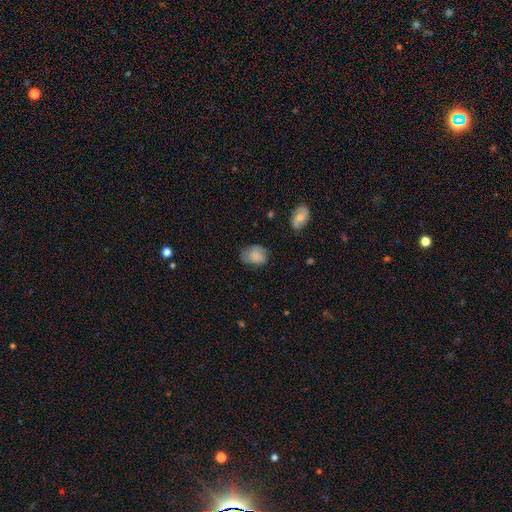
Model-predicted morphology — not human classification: A smooth galaxy with no disk features (79%) that is in between round and cigar-shaped (69%). Merging: none (55%).